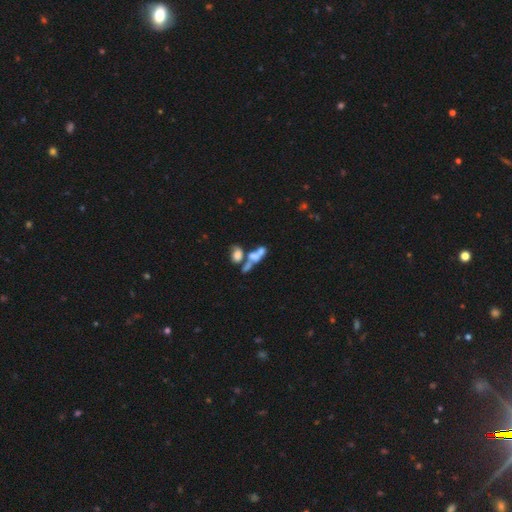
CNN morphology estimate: Overall: smooth (47%; featured or disk 39%). Merging: merger (58%; none 20%).